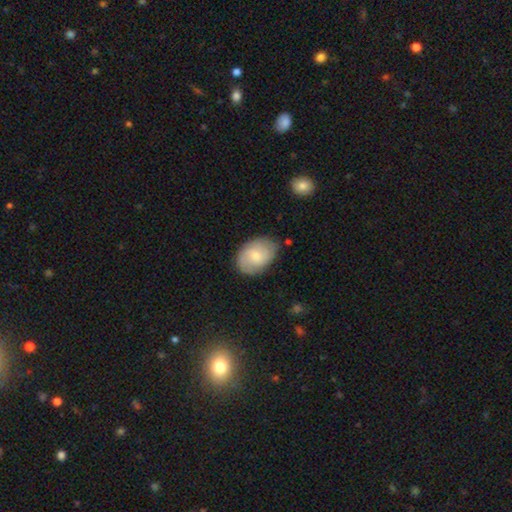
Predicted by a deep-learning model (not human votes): A smooth galaxy with no disk features (58%) that is in between round and cigar-shaped (81%). Merging: none (73%).